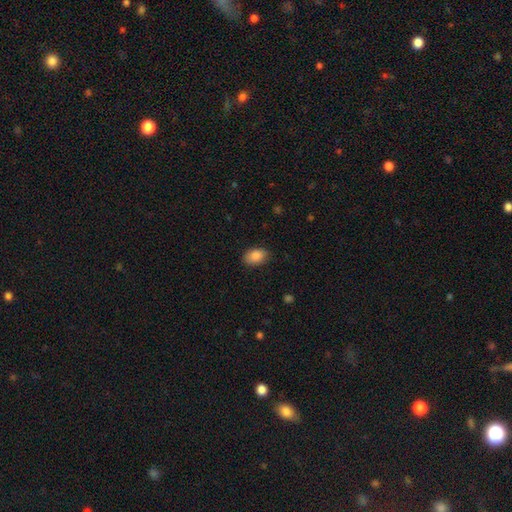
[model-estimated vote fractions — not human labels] Q: Smooth or featured?
A: smooth (88%); runner-up: star or artifact (7%)
Q: How rounded?
A: in between (87%); runner-up: round (11%)
Q: Merging?
A: none (85%); runner-up: minor disturbance (11%)